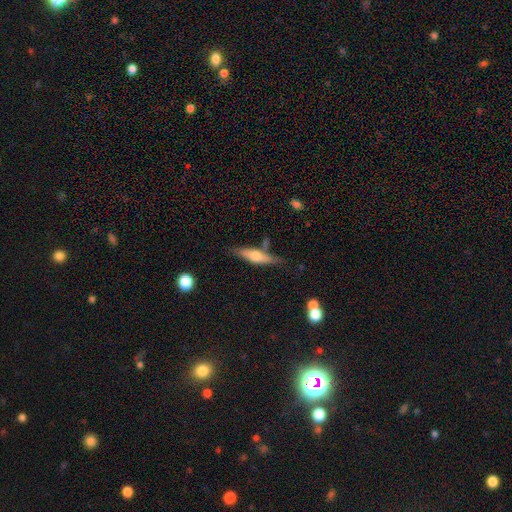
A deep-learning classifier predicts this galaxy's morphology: The model was most divided on "smooth or featured": featured or disk: 48%, smooth: 46%, star or artifact: 6%. More confident: merging — none (67%).